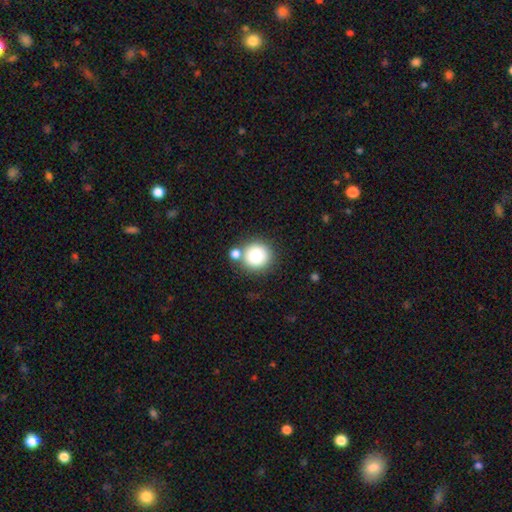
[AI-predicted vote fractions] This appears to be a smooth galaxy with no disk features (81%) that is round (92%). Merging: none (70%).